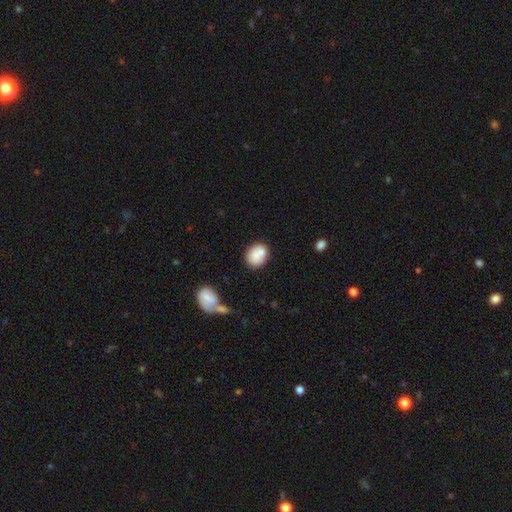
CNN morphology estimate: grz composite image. It shows a smooth galaxy with no disk features (78%) that is round (58%). Merging: none (55%).